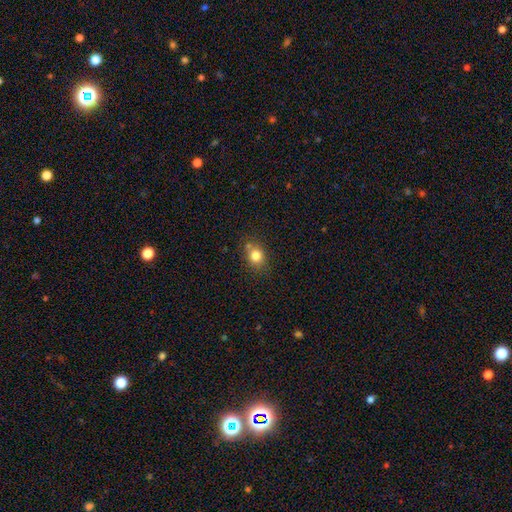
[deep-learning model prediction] Smooth or featured?
  - smooth: 80% *
  - star or artifact: 11%
  - featured or disk: 8%
How rounded?
  - round: 60% *
  - in between: 39%
  - cigar-shaped: 1%
Merging?
  - none: 70% *
  - minor disturbance: 16%
  - merger: 10%
  - major disturbance: 4%